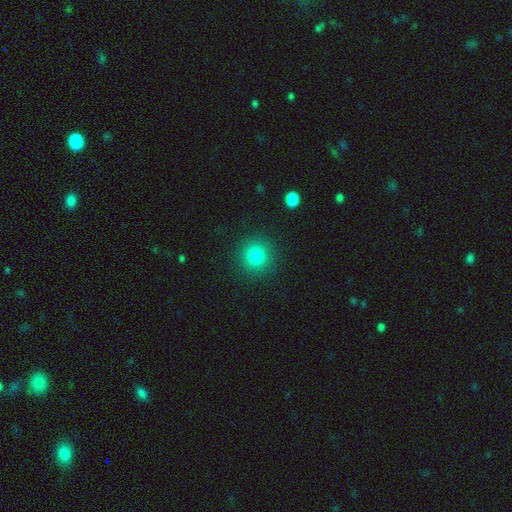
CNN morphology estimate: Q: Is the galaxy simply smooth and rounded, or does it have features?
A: smooth — 83%.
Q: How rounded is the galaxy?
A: round — 90%.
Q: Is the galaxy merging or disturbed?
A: none — 89%.